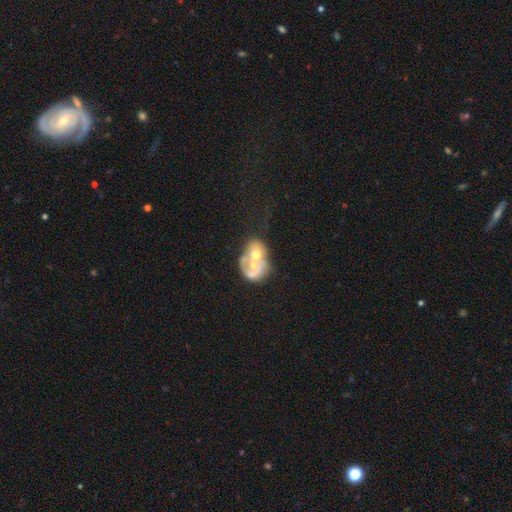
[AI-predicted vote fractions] Smooth or featured? featured or disk (58%)
Edge-on disk? no (97%)
Bar? no (88%)
Spiral arms? no (78%)
Bulge size? moderate (65%)
Merging? merger (65%)